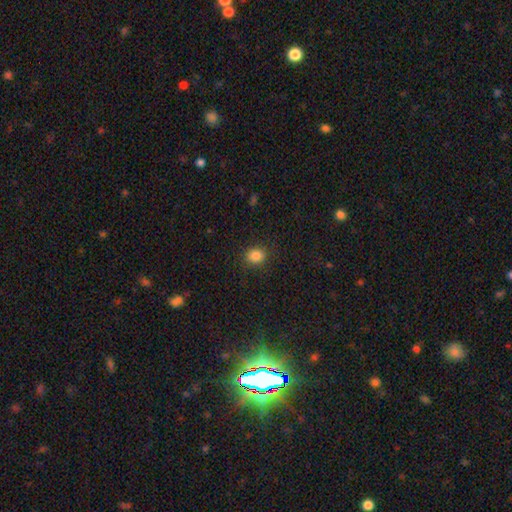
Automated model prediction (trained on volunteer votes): A smooth galaxy with no disk features (85%) that is round (66%). Merging: none (89%).